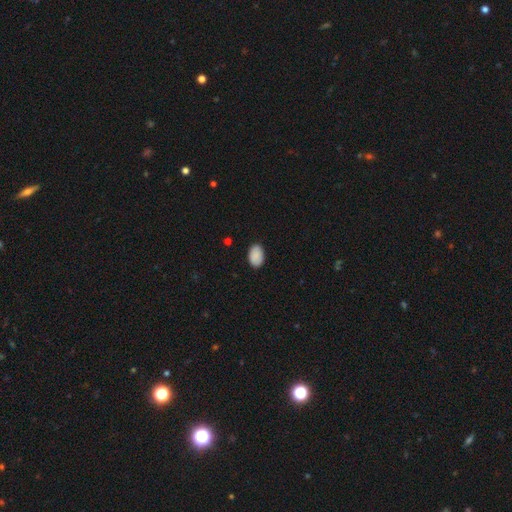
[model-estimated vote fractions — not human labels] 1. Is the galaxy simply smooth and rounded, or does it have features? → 89% smooth, 7% star or artifact, 4% featured or disk.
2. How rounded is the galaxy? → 90% in between, 9% round, 1% cigar-shaped.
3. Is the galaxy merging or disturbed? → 87% none, 10% minor disturbance, 2% major disturbance, 1% merger.